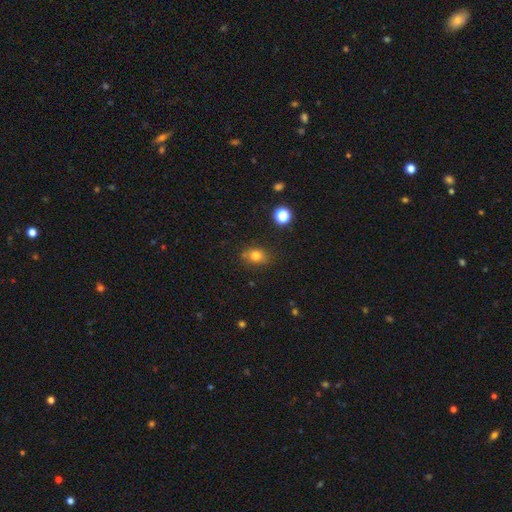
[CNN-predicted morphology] smooth_or_featured: smooth (p=0.77) [alt: star or artifact p=0.12]
how_rounded: in between (p=0.66) [alt: round p=0.31]
merging: none (p=0.81) [alt: minor disturbance p=0.14]